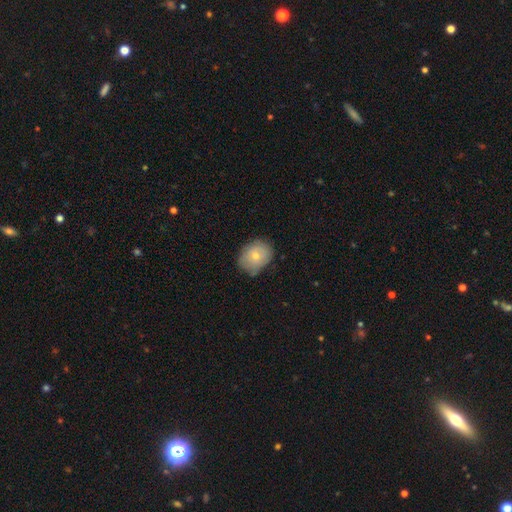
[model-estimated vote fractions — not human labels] Morphology: type=smooth (72%); roundness=in between (51%); merging=none (68%).